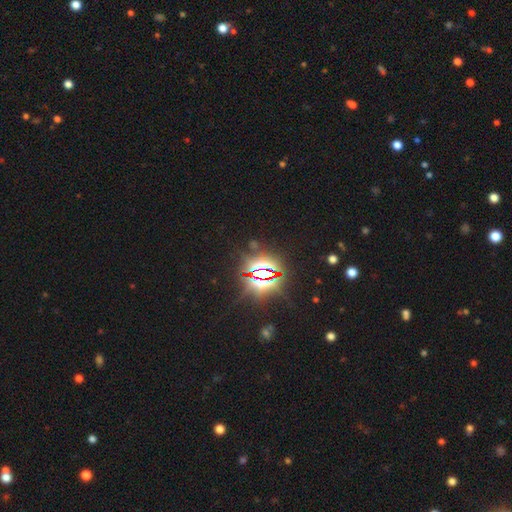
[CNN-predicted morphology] smooth-or-featured: star or artifact: 85% | smooth: 9% | featured or disk: 6%